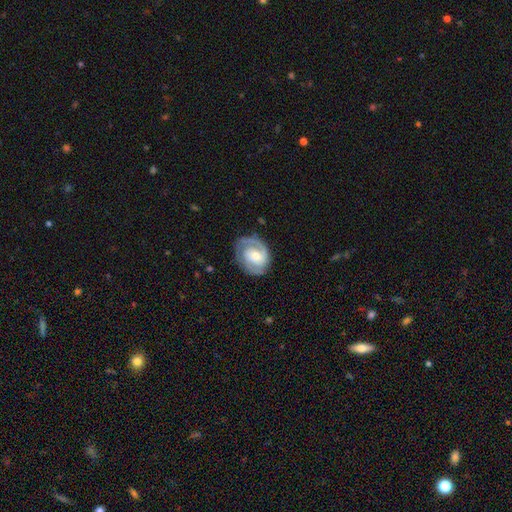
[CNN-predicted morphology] Smooth or featured? Predicted: featured or disk (p=0.81). Edge-on disk? Predicted: no (p=0.97). Bar? Predicted: no (p=0.51). Spiral arms? Predicted: yes (p=0.93). Spiral winding? Predicted: tight (p=0.53). Spiral arm count? Predicted: 2 (p=0.69). Bulge size? Predicted: moderate (p=0.50). Merging? Predicted: none (p=0.75).